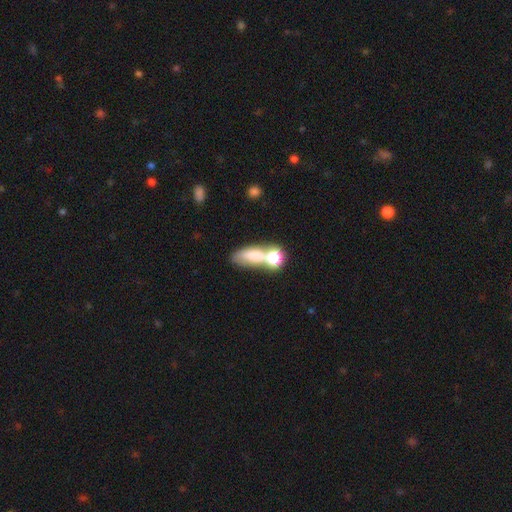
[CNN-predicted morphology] smooth-or-featured: smooth: 66% | featured or disk: 21% | star or artifact: 12%
  how-rounded: in between: 64% | cigar-shaped: 20% | round: 15%
  merging: merger: 46% | none: 32% | minor disturbance: 12% | major disturbance: 10%